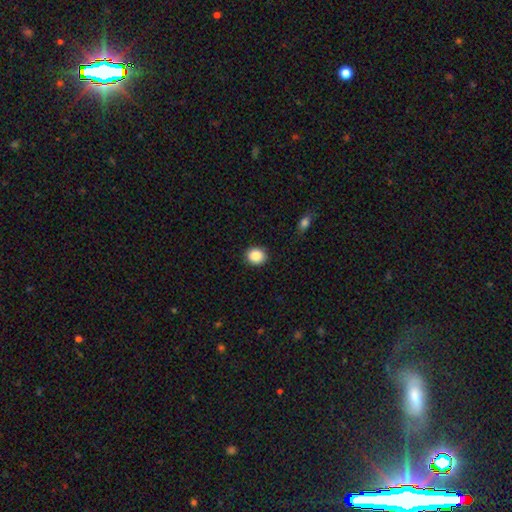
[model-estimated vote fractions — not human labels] Morphology: type=smooth (88%); roundness=round (75%); merging=none (90%).